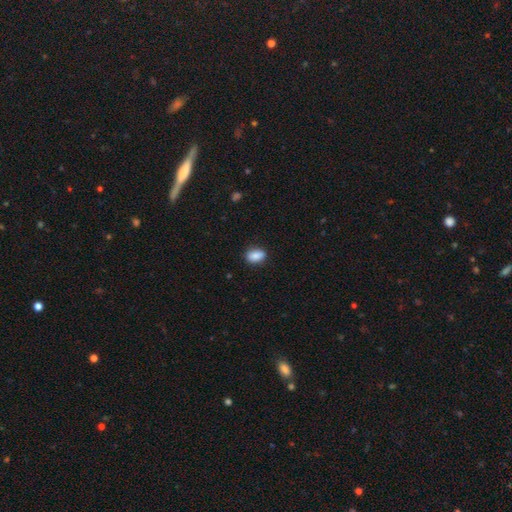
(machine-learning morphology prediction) The model was most divided on "how rounded": in between: 82%, round: 14%, cigar-shaped: 4%. More confident: smooth or featured — smooth (87%); merging — none (85%).